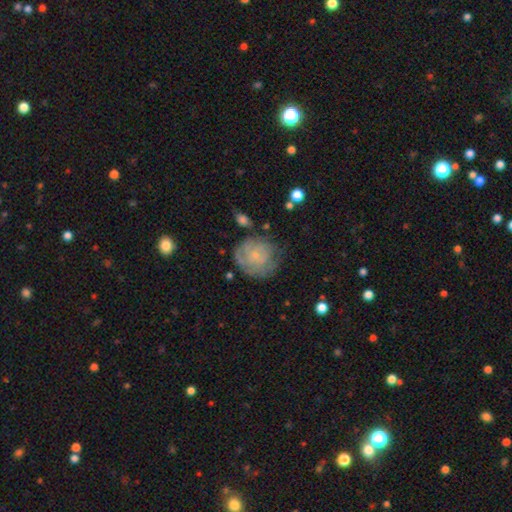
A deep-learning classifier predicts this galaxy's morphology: smooth-or-featured: featured or disk: 57% | smooth: 35% | star or artifact: 8%
  disk-edge-on: no: 97% | yes: 3%
    bar: no: 80% | weak: 17% | strong: 2%
    has-spiral-arms: yes: 75% | no: 25%
    bulge-size: small: 74% | moderate: 13% | none: 10% | large: 1% | dominant: 1%
  merging: none: 57% | minor disturbance: 25% | major disturbance: 14% | merger: 3%